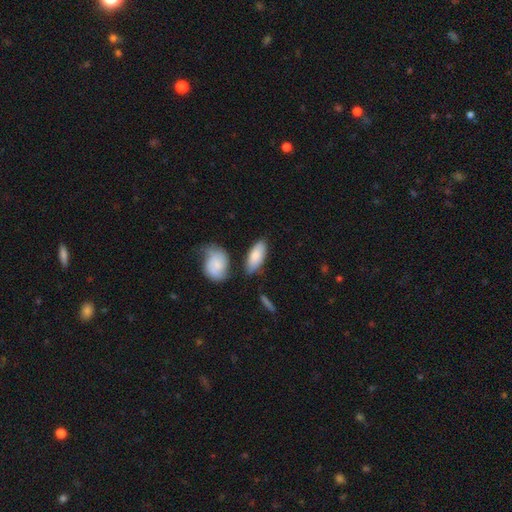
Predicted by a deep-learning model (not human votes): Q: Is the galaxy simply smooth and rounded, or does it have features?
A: smooth — 79%.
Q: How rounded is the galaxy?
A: in between — 83%.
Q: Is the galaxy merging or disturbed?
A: none — 68%.